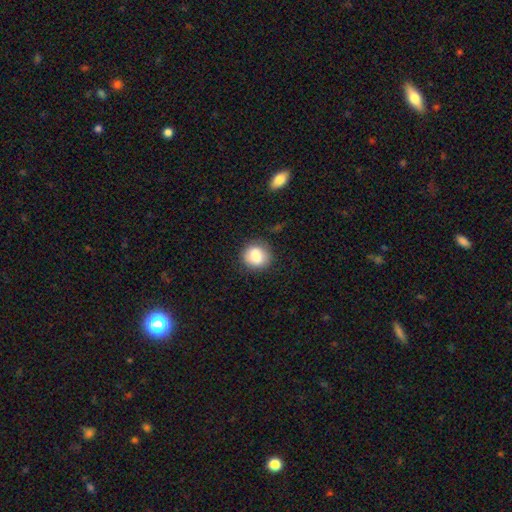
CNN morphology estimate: smooth_or_featured: smooth (p=0.82) [alt: featured or disk p=0.10]
how_rounded: round (p=0.77) [alt: in between p=0.22]
merging: none (p=0.80) [alt: minor disturbance p=0.14]